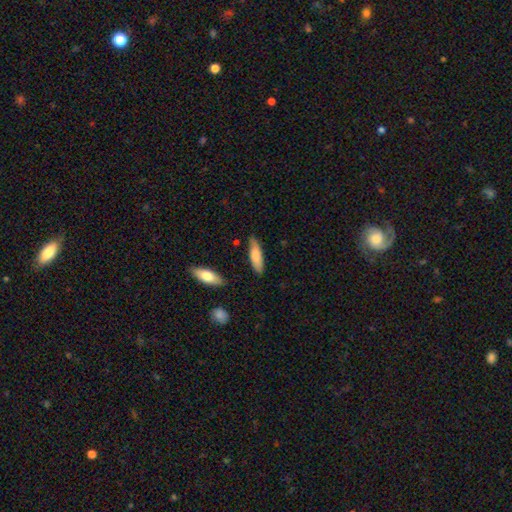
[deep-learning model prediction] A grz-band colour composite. It shows a smooth galaxy with no disk features (78%) that is cigar-shaped (55%). Merging: none (76%).